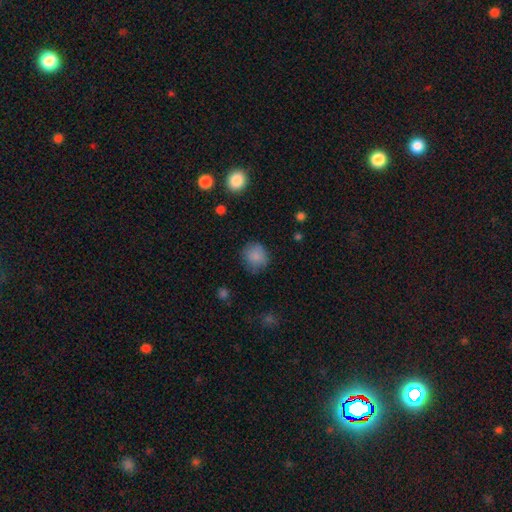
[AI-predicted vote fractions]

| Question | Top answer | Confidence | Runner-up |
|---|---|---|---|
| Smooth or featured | smooth | 85% | star or artifact (9%) |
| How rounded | round | 83% | in between (16%) |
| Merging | none | 76% | minor disturbance (18%) |